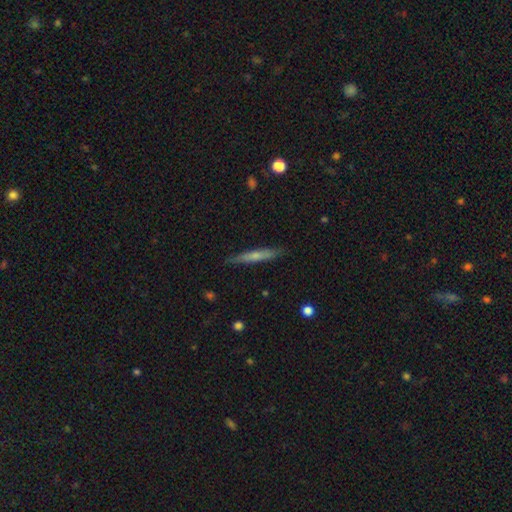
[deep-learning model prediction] A smooth galaxy with no disk features (58%) that is cigar-shaped (94%). Merging: none (86%).